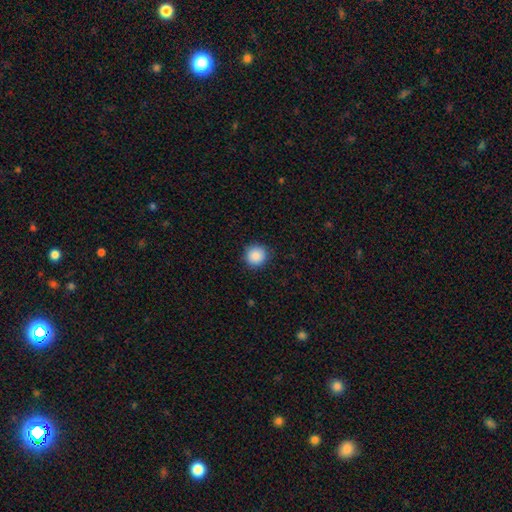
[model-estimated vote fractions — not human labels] Q: Smooth or featured?
A: smooth (89%); runner-up: star or artifact (8%)
Q: How rounded?
A: round (93%); runner-up: in between (6%)
Q: Merging?
A: none (90%); runner-up: minor disturbance (7%)